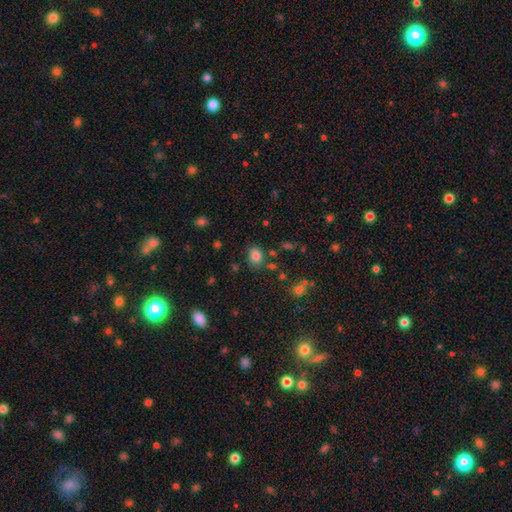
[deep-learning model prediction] smooth 82%, star or artifact 12%, featured or disk 6%. Down the decision tree: how rounded — in between (60%); merging — none (77%).